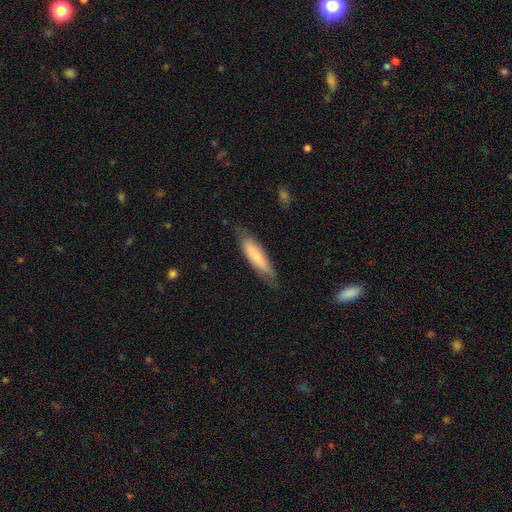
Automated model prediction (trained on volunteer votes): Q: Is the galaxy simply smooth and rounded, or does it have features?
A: smooth — 69%.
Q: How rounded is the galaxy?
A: cigar-shaped — 70%.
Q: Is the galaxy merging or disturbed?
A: none — 74%.